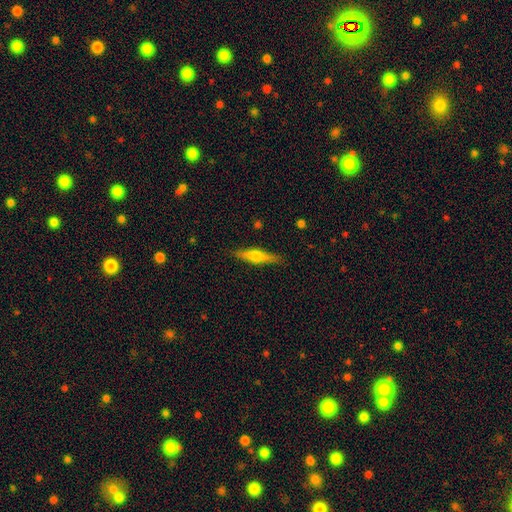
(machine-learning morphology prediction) This is possibly a featured or disk galaxy (53%). It is clearly viewed edge-on (95%). Edge-on bulge: clearly rounded (90%). Merging: clearly none (88%).